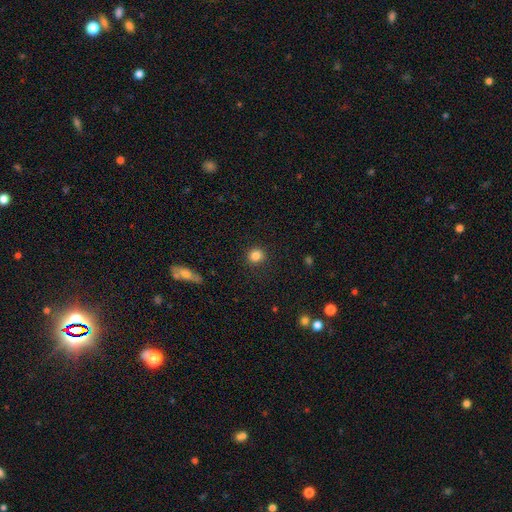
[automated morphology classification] smooth-or-featured: smooth: 84% | star or artifact: 11% | featured or disk: 5%
  how-rounded: round: 87% | in between: 12% | cigar-shaped: 1%
  merging: none: 90% | minor disturbance: 6% | major disturbance: 2% | merger: 1%